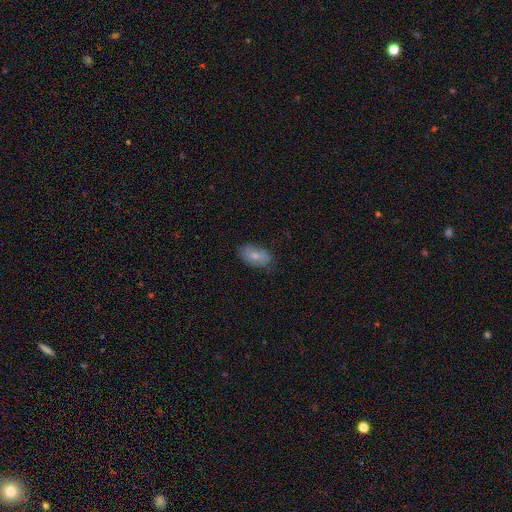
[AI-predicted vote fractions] Smooth or featured?
  - smooth: 69% *
  - featured or disk: 24%
  - star or artifact: 7%
How rounded?
  - in between: 92% *
  - round: 6%
  - cigar-shaped: 3%
Merging?
  - none: 76% *
  - minor disturbance: 19%
  - major disturbance: 4%
  - merger: 1%